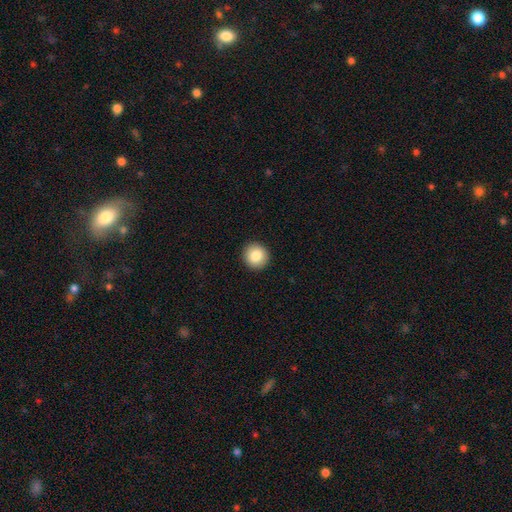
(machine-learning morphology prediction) Smooth or featured: smooth — 85% (star or artifact — 8%)
How rounded: round — 93% (in between — 6%)
Merging: none — 93% (minor disturbance — 4%)